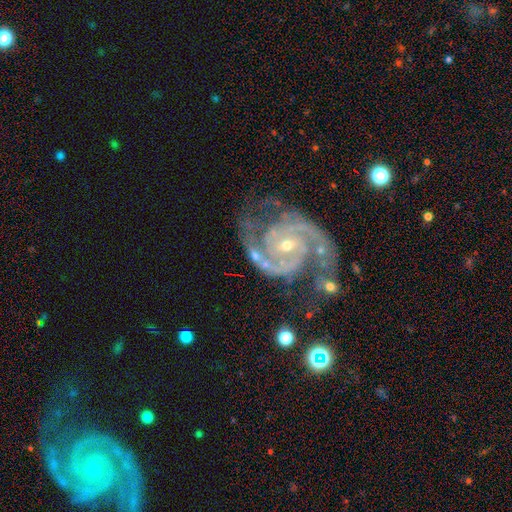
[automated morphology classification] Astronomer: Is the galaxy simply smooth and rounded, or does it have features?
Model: featured or disk — 90%.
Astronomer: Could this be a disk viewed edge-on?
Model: no — 98%.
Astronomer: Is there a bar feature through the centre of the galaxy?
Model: no — 45% (runner-up: weak, 39%).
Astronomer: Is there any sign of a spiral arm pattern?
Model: yes — 97%.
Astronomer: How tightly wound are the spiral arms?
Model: medium — 47% (runner-up: tight, 42%).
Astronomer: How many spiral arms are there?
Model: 2 — 73%.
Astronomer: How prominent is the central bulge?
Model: small — 56% (runner-up: moderate, 40%).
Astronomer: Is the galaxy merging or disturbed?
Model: none — 57%.